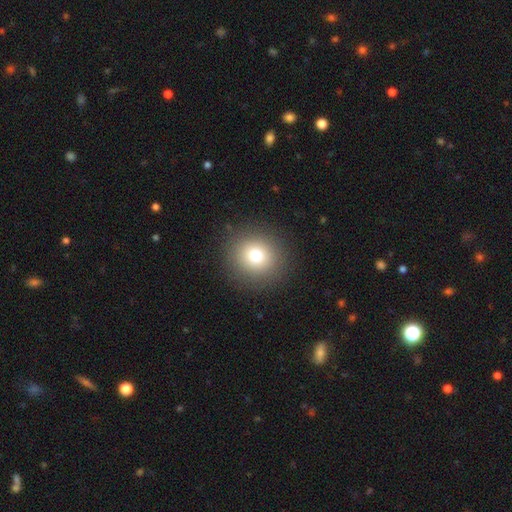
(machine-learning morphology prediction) The model was most divided on "smooth or featured": smooth: 78%, star or artifact: 13%, featured or disk: 9%. More confident: how rounded — round (92%); merging — none (90%).